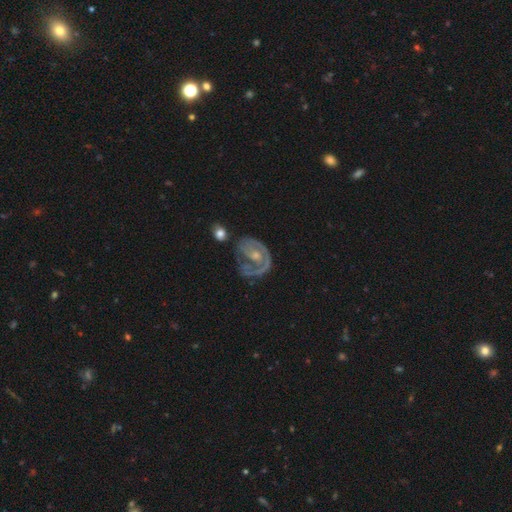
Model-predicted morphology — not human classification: Smooth or featured: featured or disk — 80% (smooth — 14%)
Edge-on disk: no — 97% (yes — 3%)
Bar: no — 70% (weak — 25%)
Spiral arms: yes — 81% (no — 19%)
Spiral winding: tight — 54% (medium — 31%)
Spiral arm count: 1 — 59% (2 — 21%)
Bulge size: small — 49% (moderate — 43%)
Merging: none — 48% (major disturbance — 24%)